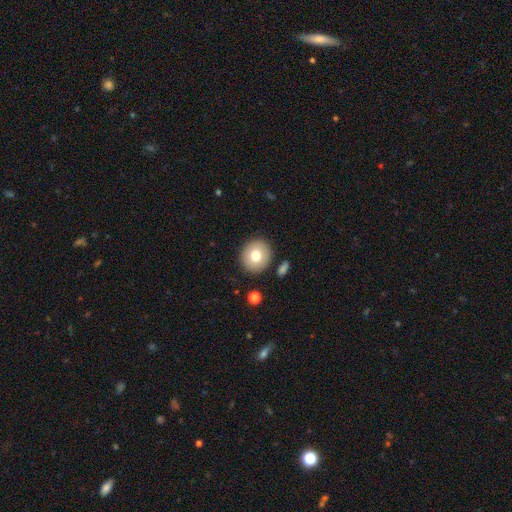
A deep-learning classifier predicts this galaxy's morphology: A smooth galaxy with no disk features (75%) that is round (87%). Merging: none (87%).